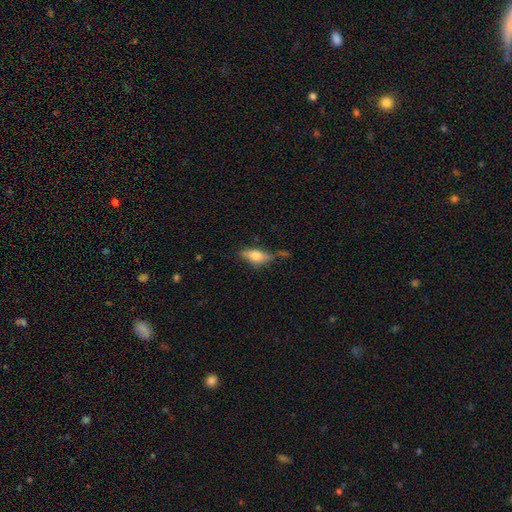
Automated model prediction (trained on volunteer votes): Smooth or featured: smooth — 68% (featured or disk — 24%)
How rounded: in between — 77% (cigar-shaped — 19%)
Merging: none — 54% (minor disturbance — 26%)